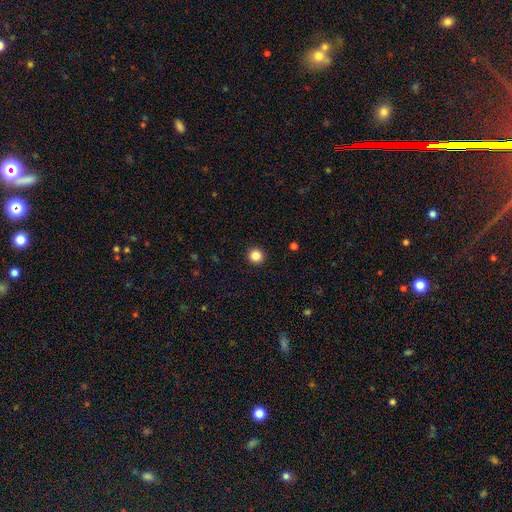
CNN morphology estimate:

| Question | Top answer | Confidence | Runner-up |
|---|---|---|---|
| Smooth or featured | smooth | 86% | star or artifact (11%) |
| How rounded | round | 95% | in between (4%) |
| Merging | none | 93% | minor disturbance (4%) |